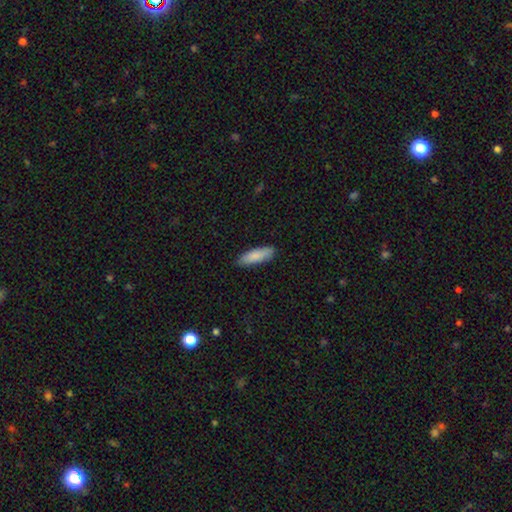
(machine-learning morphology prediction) Overall: smooth (86%). How rounded: in between (54%; cigar-shaped 44%). Merging: none (86%).